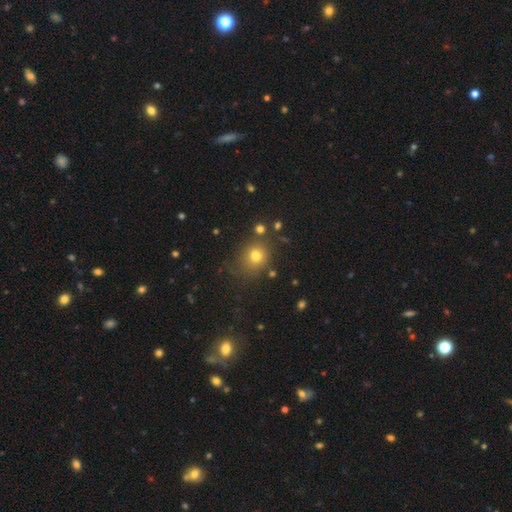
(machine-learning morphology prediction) A smooth galaxy with no disk features (75%) that is round (72%). Merging: none (71%).